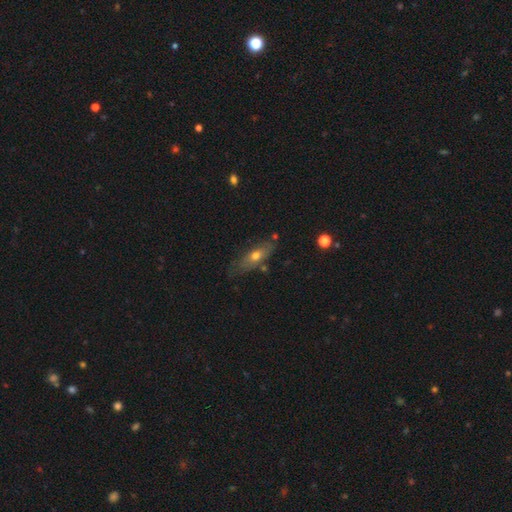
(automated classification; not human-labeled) The model was most divided on "smooth or featured": smooth: 57%, featured or disk: 36%, star or artifact: 8%. More confident: merging — none (67%); how rounded — in between (62%).